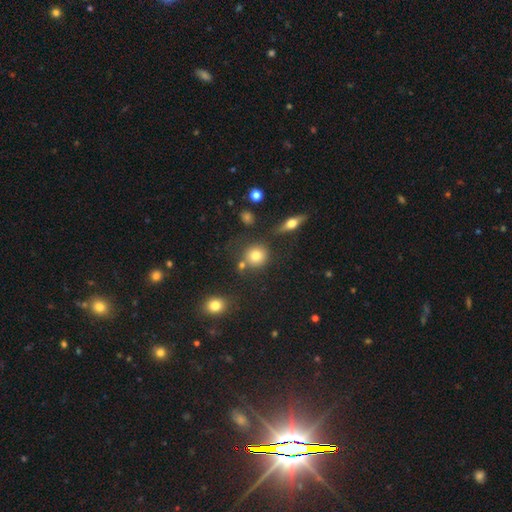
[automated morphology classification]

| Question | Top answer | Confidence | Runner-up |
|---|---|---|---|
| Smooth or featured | smooth | 77% | star or artifact (11%) |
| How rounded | round | 86% | in between (12%) |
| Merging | none | 72% | merger (12%) |